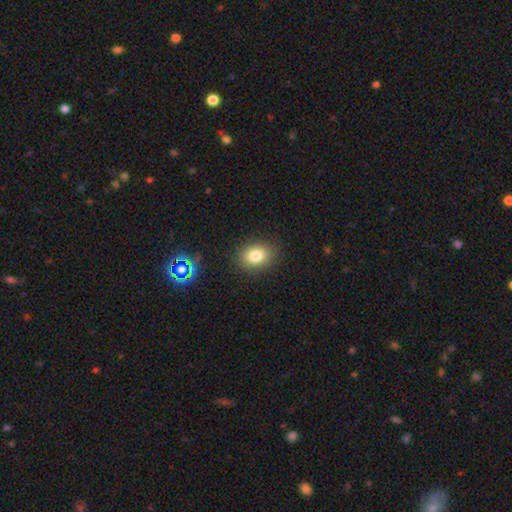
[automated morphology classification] type=smooth (80%); roundness=in between (66%); merging=none (87%).